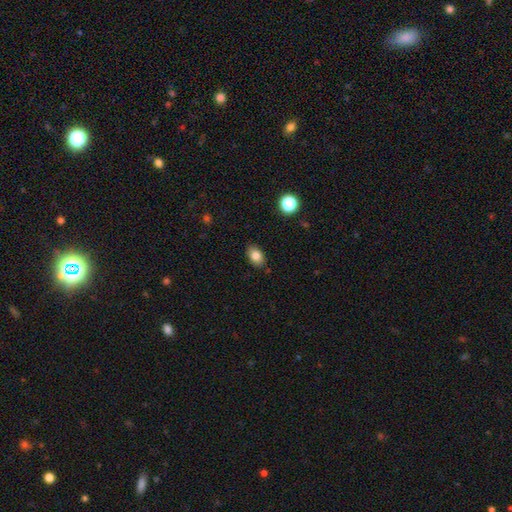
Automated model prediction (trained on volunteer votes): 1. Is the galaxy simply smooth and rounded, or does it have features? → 82% smooth, 9% star or artifact, 9% featured or disk.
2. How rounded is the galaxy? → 83% in between, 15% round, 1% cigar-shaped.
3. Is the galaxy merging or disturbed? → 86% none, 11% minor disturbance, 2% major disturbance, 2% merger.